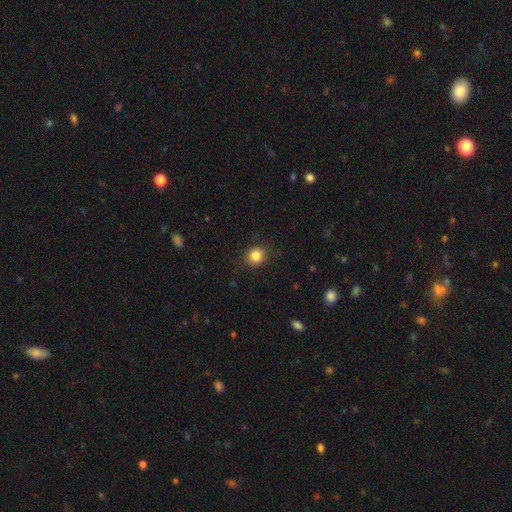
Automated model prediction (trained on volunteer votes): Overall: smooth (84%). How rounded: round (84%). Merging: none (86%).